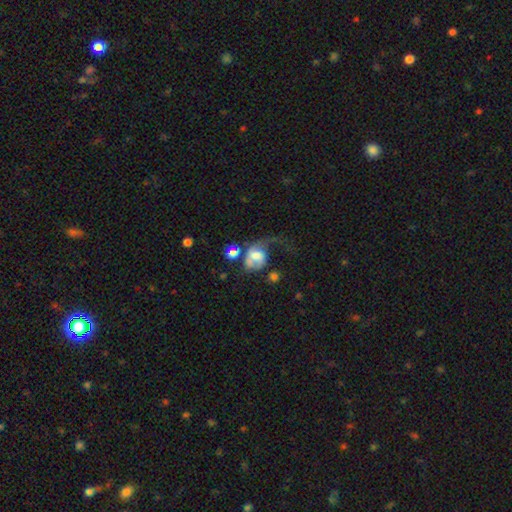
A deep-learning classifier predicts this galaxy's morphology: smooth 48%, featured or disk 43%, star or artifact 10%. Down the decision tree: merging — major disturbance (51%).